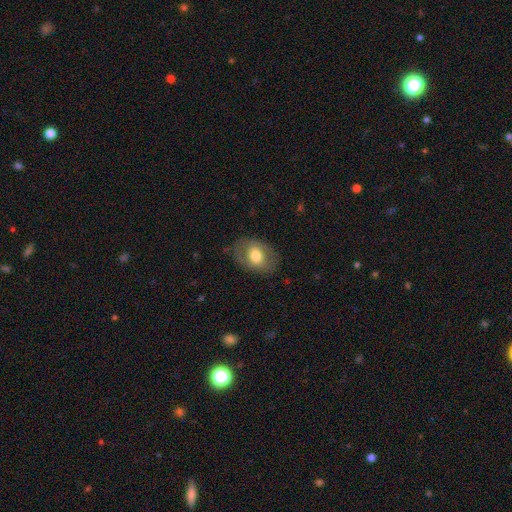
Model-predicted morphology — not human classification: Smooth or featured: smooth — 64% (featured or disk — 29%)
How rounded: in between — 74% (round — 25%)
Merging: none — 77% (minor disturbance — 15%)